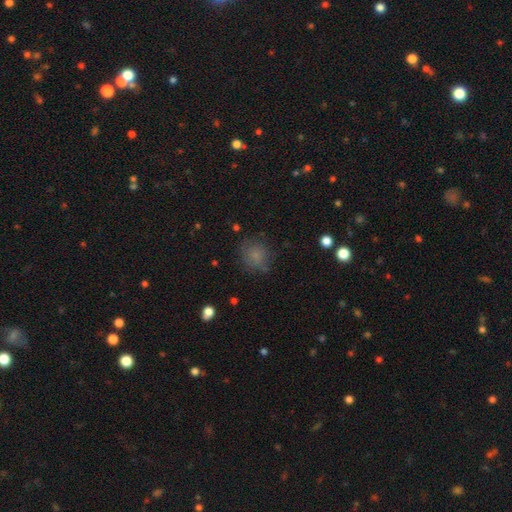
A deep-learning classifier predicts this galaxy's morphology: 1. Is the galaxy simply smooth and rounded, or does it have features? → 77% smooth, 12% star or artifact, 11% featured or disk.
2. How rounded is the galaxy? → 83% round, 16% in between, 1% cigar-shaped.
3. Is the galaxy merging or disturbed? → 71% none, 19% minor disturbance, 8% major disturbance, 2% merger.